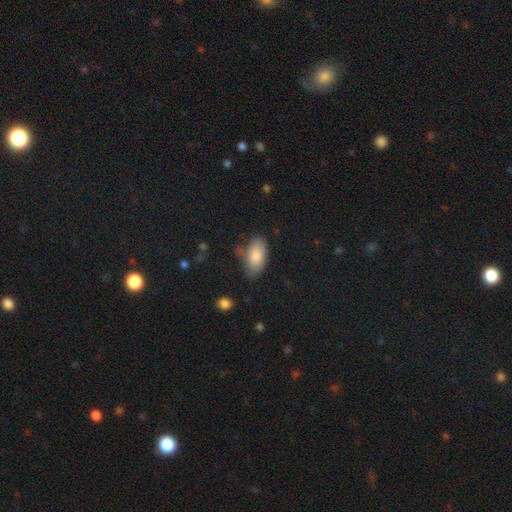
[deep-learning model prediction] smooth-or-featured: smooth: 84% | featured or disk: 10% | star or artifact: 6%
  how-rounded: in between: 94% | cigar-shaped: 3% | round: 3%
  merging: none: 65% | minor disturbance: 25% | major disturbance: 6% | merger: 4%